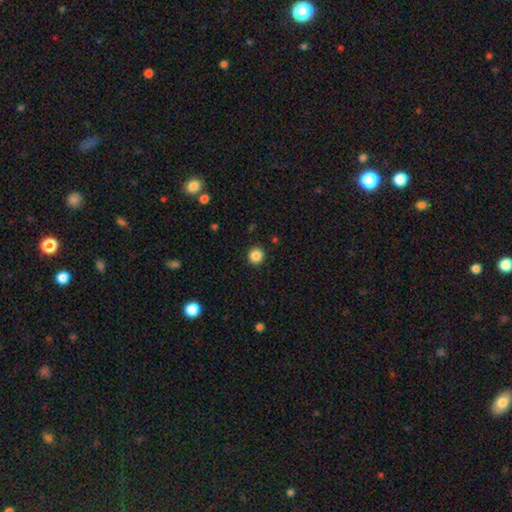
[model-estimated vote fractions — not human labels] Smooth or featured? smooth (87%)
How rounded? round (95%)
Merging? none (92%)